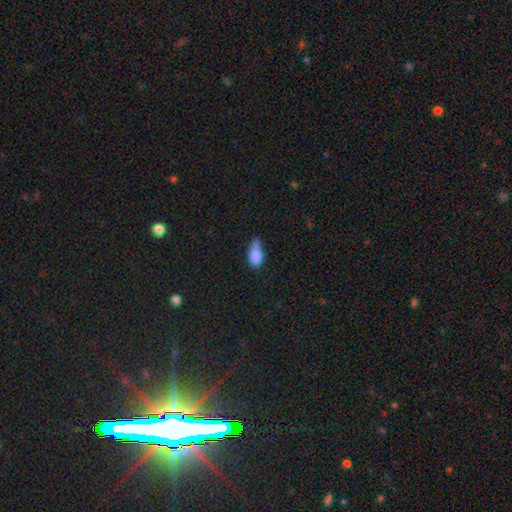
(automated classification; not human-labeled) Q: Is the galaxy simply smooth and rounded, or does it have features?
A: smooth — 77%.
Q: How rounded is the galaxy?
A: in between — 80%.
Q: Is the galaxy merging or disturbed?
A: minor disturbance — 42%.